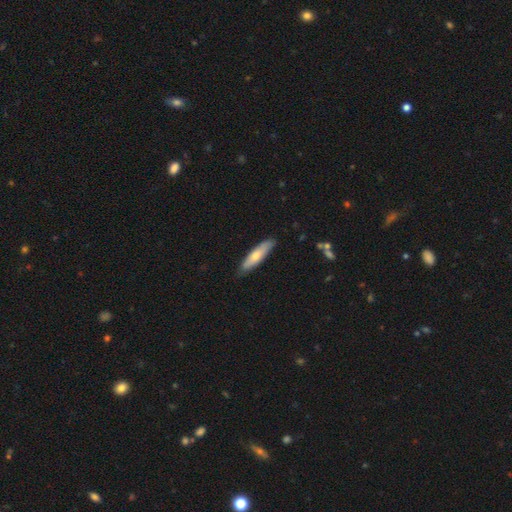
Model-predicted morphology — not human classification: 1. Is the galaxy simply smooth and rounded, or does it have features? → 60% smooth, 34% featured or disk, 6% star or artifact.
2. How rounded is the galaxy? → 71% cigar-shaped, 27% in between, 2% round.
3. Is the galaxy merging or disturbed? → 82% none, 14% minor disturbance, 2% major disturbance, 1% merger.